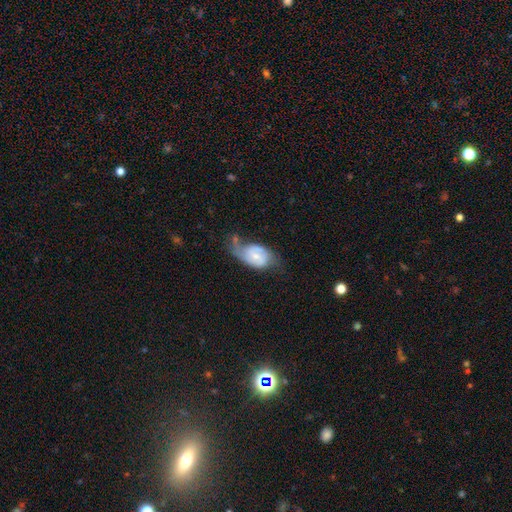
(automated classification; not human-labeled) Smooth or featured? Predicted: featured or disk (p=0.66). Edge-on disk? Predicted: no (p=0.96). Bar? Predicted: no (p=0.46). Spiral arms? Predicted: yes (p=0.86). Spiral winding? Predicted: medium (p=0.43). Spiral arm count? Predicted: 2 (p=0.68). Bulge size? Predicted: small (p=0.53). Merging? Predicted: none (p=0.34).